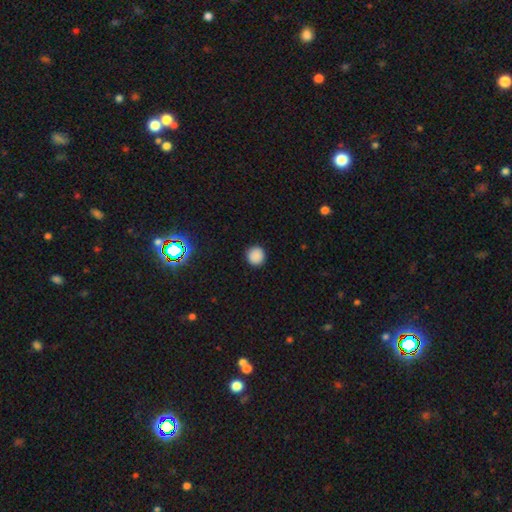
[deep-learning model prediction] Q: Smooth or featured?
A: smooth (86%); runner-up: star or artifact (11%)
Q: How rounded?
A: round (96%); runner-up: in between (3%)
Q: Merging?
A: none (92%); runner-up: minor disturbance (5%)